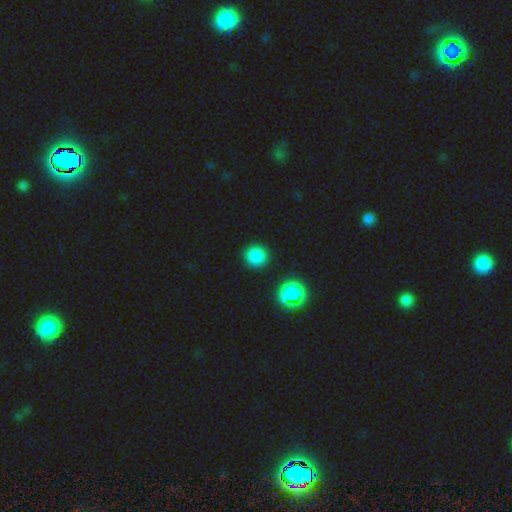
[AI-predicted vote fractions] Overall: smooth (83%). How rounded: round (93%). Merging: none (90%).